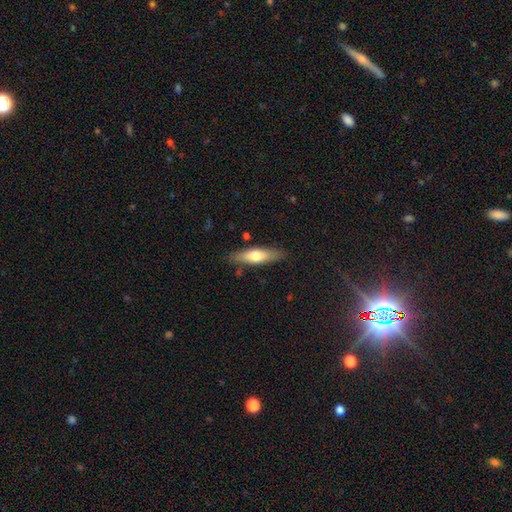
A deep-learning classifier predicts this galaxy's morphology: The model was most divided on "how rounded": cigar-shaped: 61%, in between: 37%, round: 2%. More confident: merging — none (84%); smooth or featured — smooth (60%).